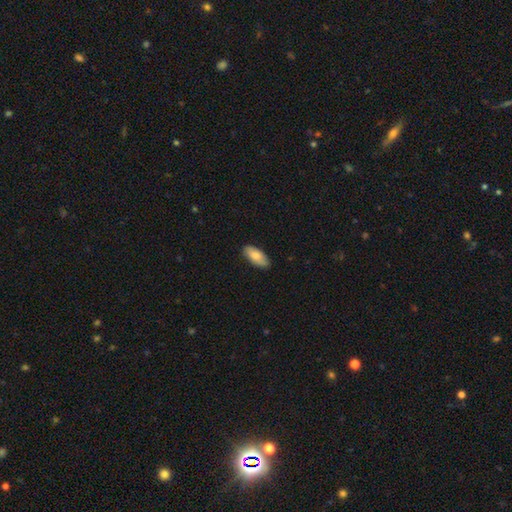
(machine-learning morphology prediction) Smooth or featured? Predicted: smooth (p=0.77). How rounded? Predicted: in between (p=0.89). Merging? Predicted: none (p=0.85).